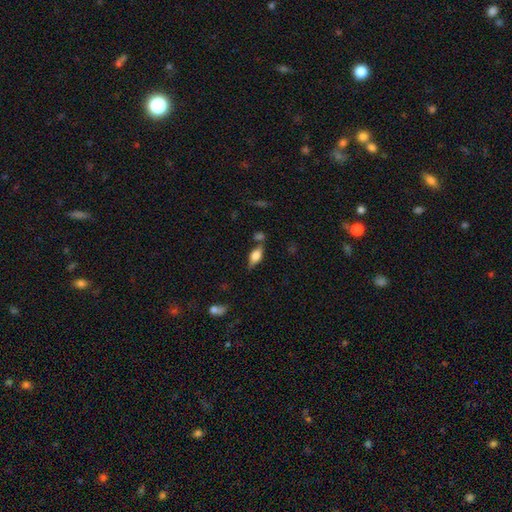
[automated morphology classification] This is possibly a smooth galaxy (56%). How rounded: likely in between (77%). Merging: likely none (66%).